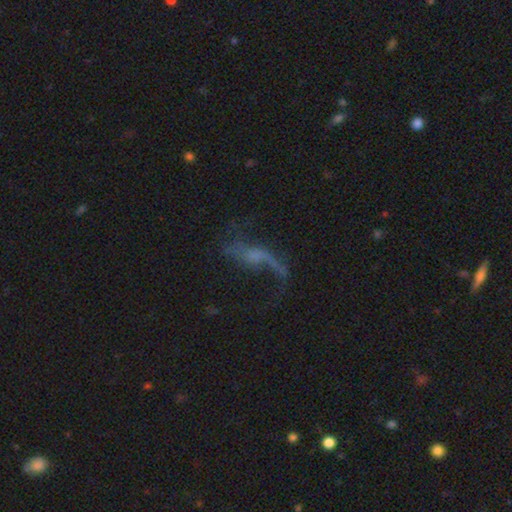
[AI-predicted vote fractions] Smooth or featured?
  - featured or disk: 66% *
  - smooth: 18%
  - star or artifact: 15%
Edge-on disk?
  - no: 86% *
  - yes: 14%
Bar?
  - no: 61% *
  - weak: 28%
  - strong: 11%
Spiral arms?
  - yes: 76% *
  - no: 24%
Bulge size?
  - none: 45% *
  - small: 34%
  - moderate: 16%
  - large: 4%
  - dominant: 2%
Merging?
  - none: 41% *
  - major disturbance: 36%
  - minor disturbance: 17%
  - merger: 5%